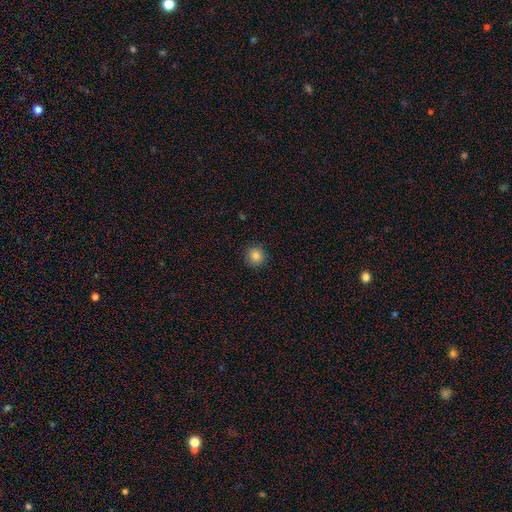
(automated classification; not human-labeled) smooth_or_featured: smooth (p=0.83) [alt: star or artifact p=0.11]
how_rounded: round (p=0.93) [alt: in between p=0.06]
merging: none (p=0.91) [alt: minor disturbance p=0.06]